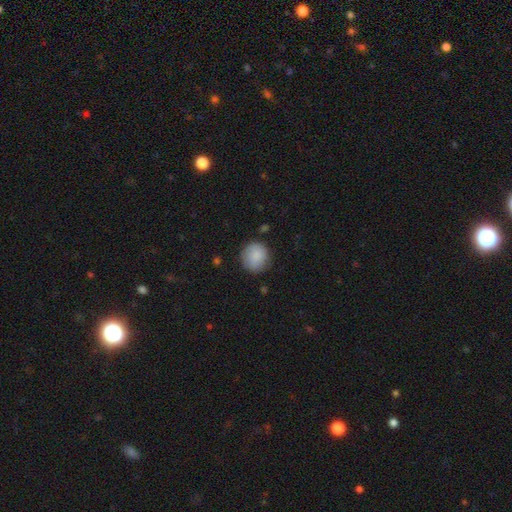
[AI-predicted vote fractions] A smooth galaxy with no disk features (86%) that is round (91%). Merging: none (80%).